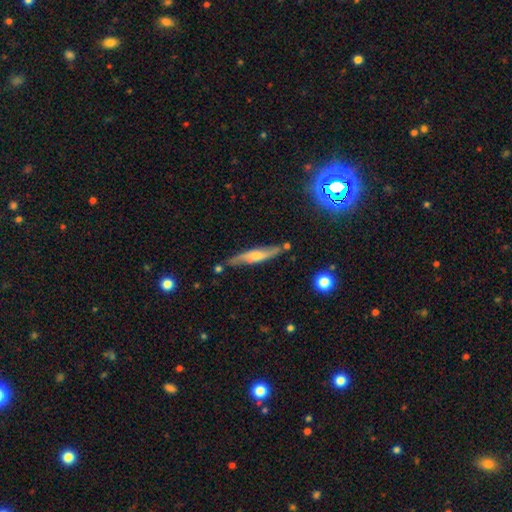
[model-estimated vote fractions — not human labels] smooth_or_featured: featured or disk (p=0.54) [alt: smooth p=0.40]
disk_edge_on: yes (p=0.72) [alt: no p=0.28]
merging: none (p=0.74) [alt: minor disturbance p=0.17]